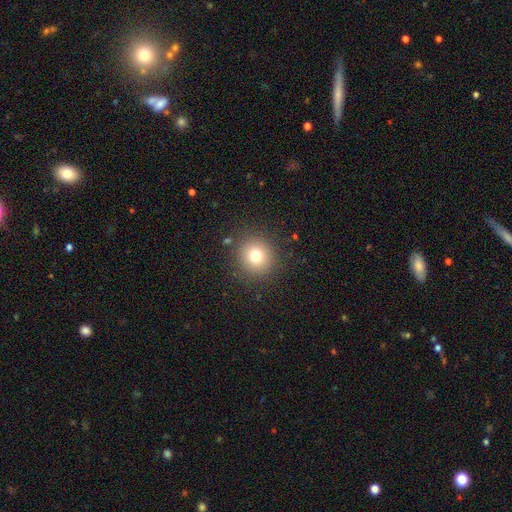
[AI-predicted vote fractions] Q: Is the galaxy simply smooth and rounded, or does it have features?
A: smooth — 76%.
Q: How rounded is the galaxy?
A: round — 93%.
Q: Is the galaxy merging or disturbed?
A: none — 89%.